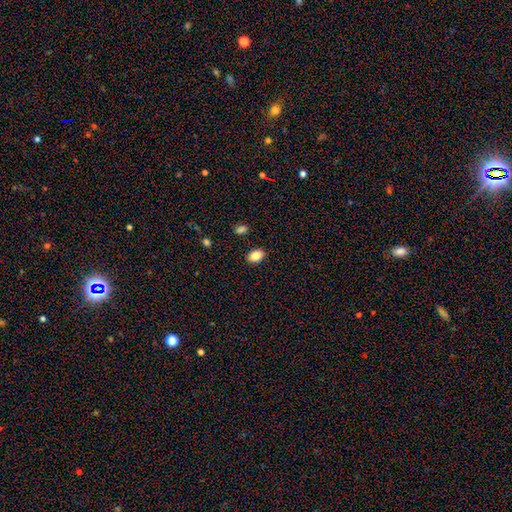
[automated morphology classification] A smooth galaxy with no disk features (85%) that is in between round and cigar-shaped (81%).

Vote fractions:
- Smooth or featured? smooth: 85% / star or artifact: 9% / featured or disk: 7%
- How rounded? in between: 81% / round: 18% / cigar-shaped: 1%
- Merging? none: 88% / minor disturbance: 8% / major disturbance: 2% / merger: 2%